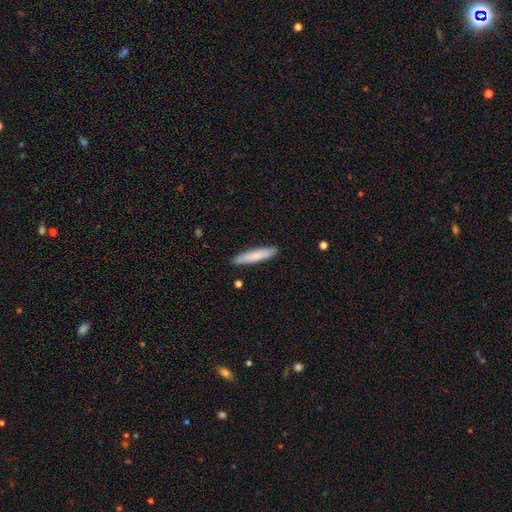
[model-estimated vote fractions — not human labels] Q: Smooth or featured?
A: smooth (79%); runner-up: featured or disk (16%)
Q: How rounded?
A: cigar-shaped (90%); runner-up: in between (9%)
Q: Merging?
A: none (89%); runner-up: minor disturbance (8%)